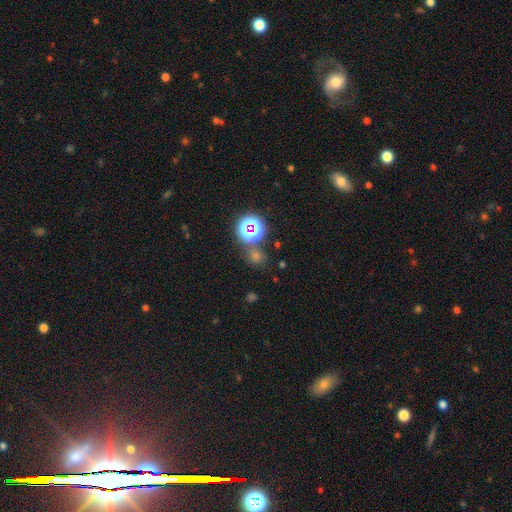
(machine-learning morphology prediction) This is possibly a star or artifact rather than a galaxy (53%).